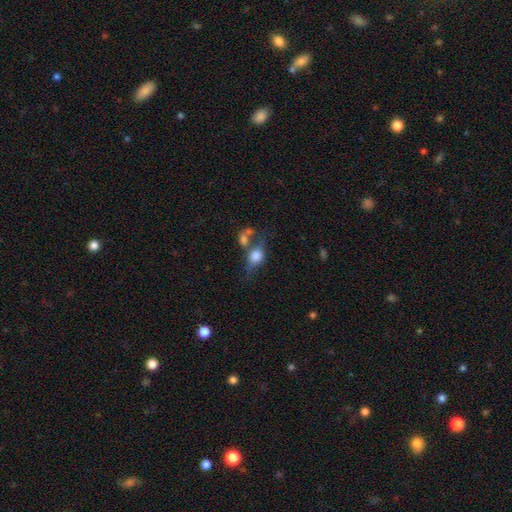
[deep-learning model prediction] This appears to be a smooth galaxy with no disk features (66%) that is in between round and cigar-shaped (59%). Merging: none (35%).